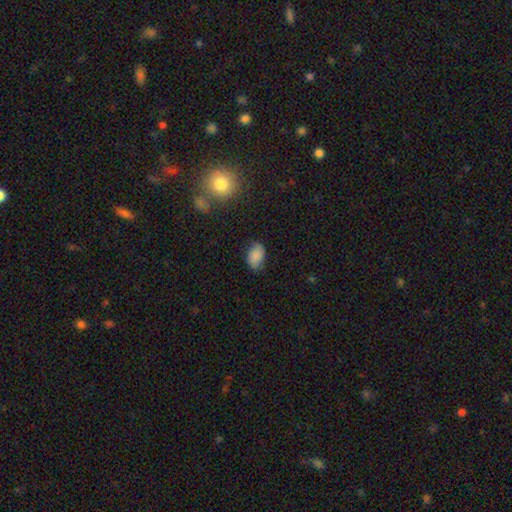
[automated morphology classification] Q: Smooth or featured?
A: smooth (83%); runner-up: star or artifact (9%)
Q: How rounded?
A: in between (88%); runner-up: round (11%)
Q: Merging?
A: none (72%); runner-up: minor disturbance (22%)